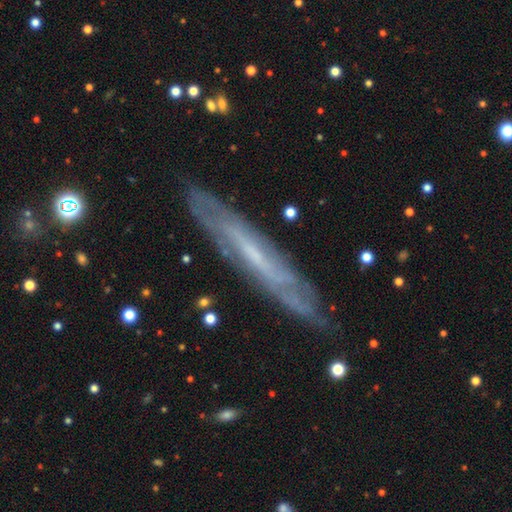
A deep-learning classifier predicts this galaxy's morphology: A featured or disk galaxy (73%) viewed edge-on (57%).

Vote fractions:
- Smooth or featured? featured or disk: 73% / smooth: 20% / star or artifact: 7%
- Edge-on disk? yes: 57% / no: 43%
- Merging? none: 83% / minor disturbance: 13% / major disturbance: 3% / merger: 2%